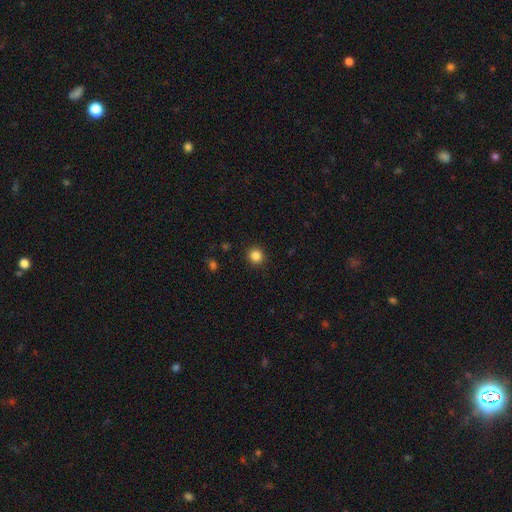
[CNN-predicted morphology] smooth 85%, star or artifact 11%, featured or disk 4%. Down the decision tree: how rounded — round (92%); merging — none (92%).